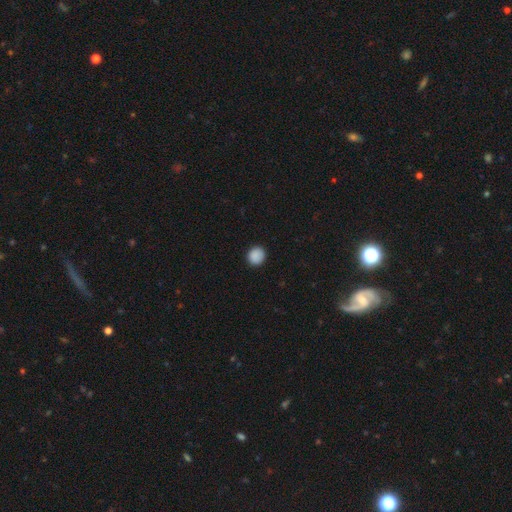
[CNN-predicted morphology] Smooth or featured? Predicted: smooth (p=0.89). How rounded? Predicted: round (p=0.92). Merging? Predicted: none (p=0.91).